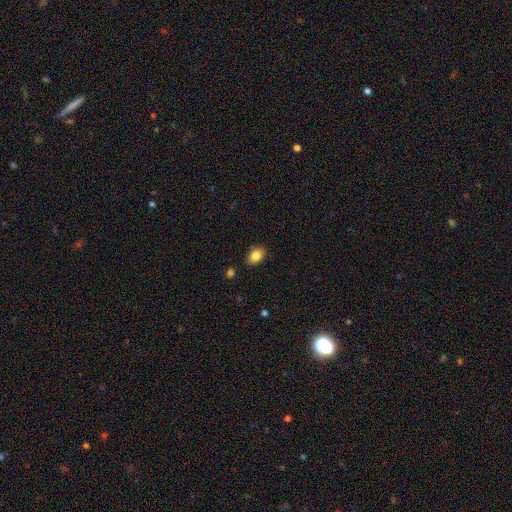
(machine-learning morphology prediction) Overall: smooth (85%). How rounded: in between (83%). Merging: none (85%).